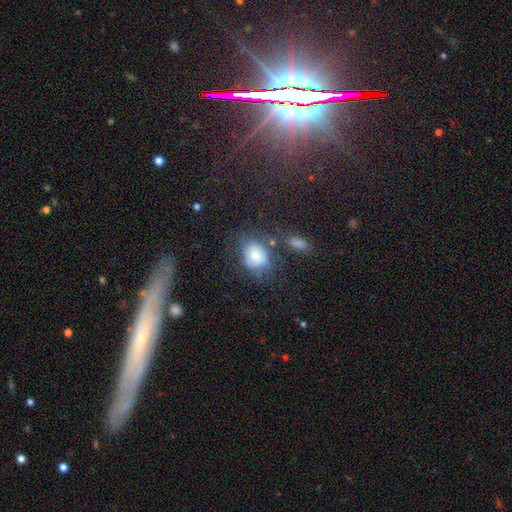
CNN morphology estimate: Smooth or featured? smooth (70%)
How rounded? in between (56%)
Merging? none (47%)